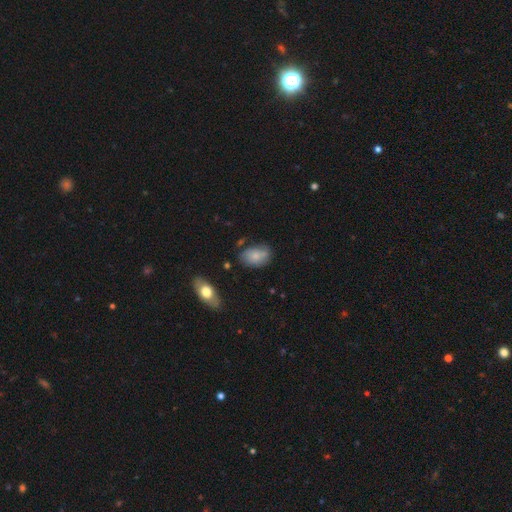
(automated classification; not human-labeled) This is likely a smooth galaxy (76%). How rounded: clearly in between (88%). Merging: likely none (63%).